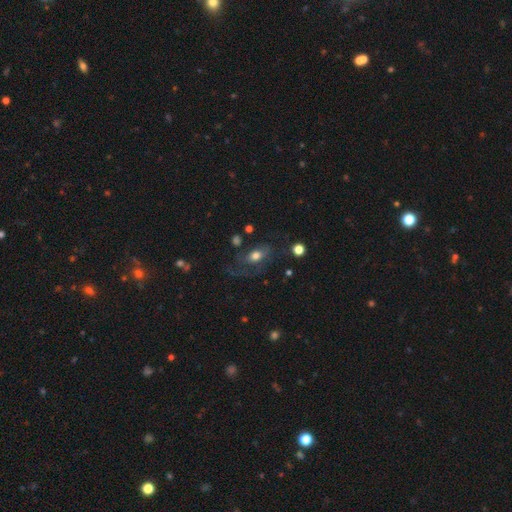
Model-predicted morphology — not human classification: Overall: smooth (56%; featured or disk 32%). How rounded: in between (79%). Merging: none (40%; major disturbance 35%).